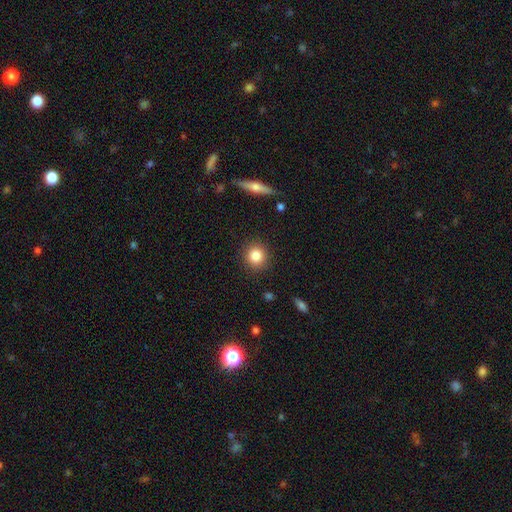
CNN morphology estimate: Overall: smooth (84%). How rounded: round (90%). Merging: none (90%).